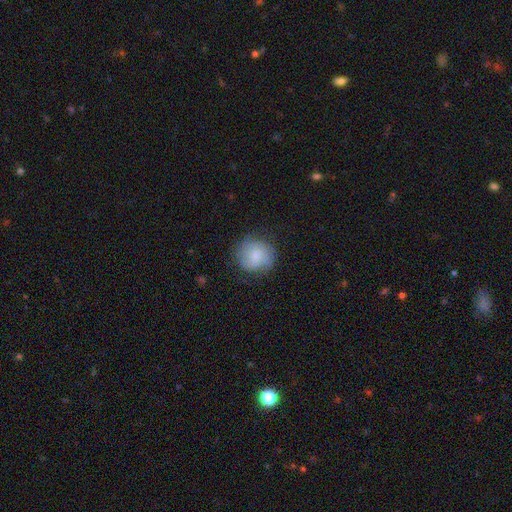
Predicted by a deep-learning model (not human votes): smooth 71%, featured or disk 22%, star or artifact 7%. Down the decision tree: how rounded — round (90%); merging — none (72%).